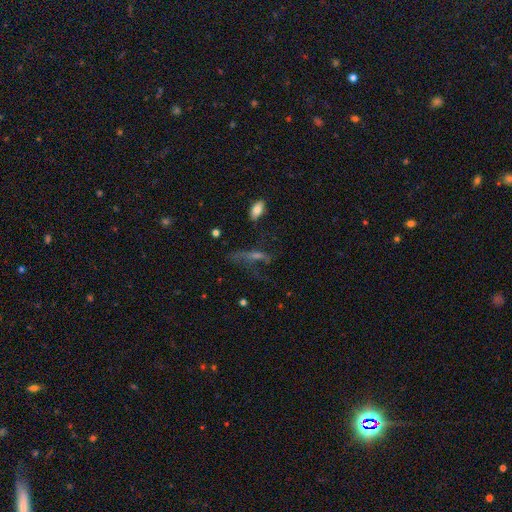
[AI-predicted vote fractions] This is marginally a featured or disk galaxy (43%). Merging: possibly none (49%).